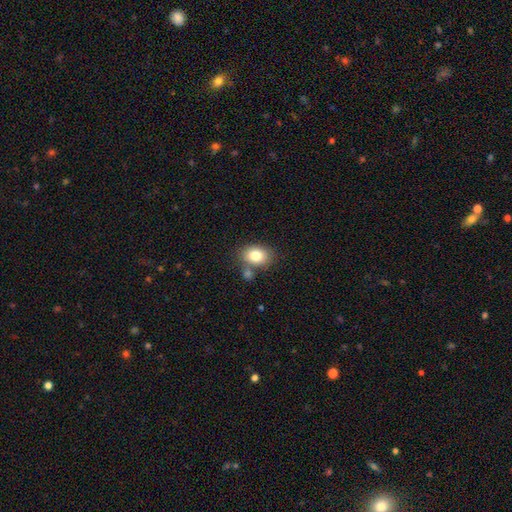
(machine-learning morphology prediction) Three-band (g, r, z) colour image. It shows a smooth galaxy with no disk features (80%) that is in between round and cigar-shaped (65%). Merging: none (65%).